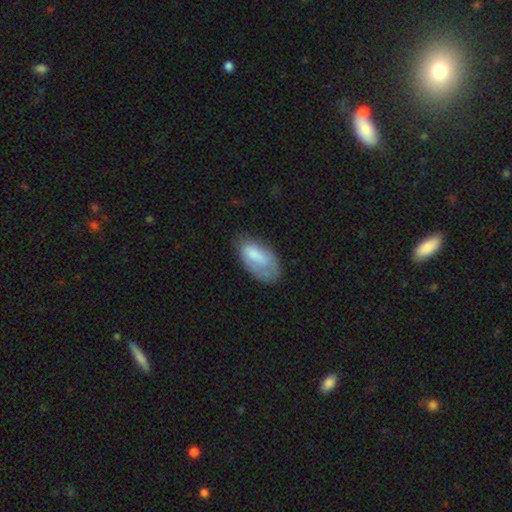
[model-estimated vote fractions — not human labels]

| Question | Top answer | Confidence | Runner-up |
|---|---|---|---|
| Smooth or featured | smooth | 70% | featured or disk (23%) |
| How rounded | in between | 93% | cigar-shaped (4%) |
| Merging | none | 49% | minor disturbance (32%) |